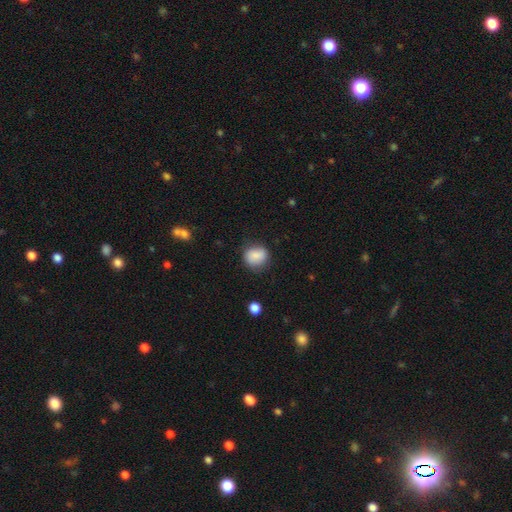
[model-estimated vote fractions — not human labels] This is clearly a smooth galaxy (84%). How rounded: likely round (70%). Merging: likely none (73%).